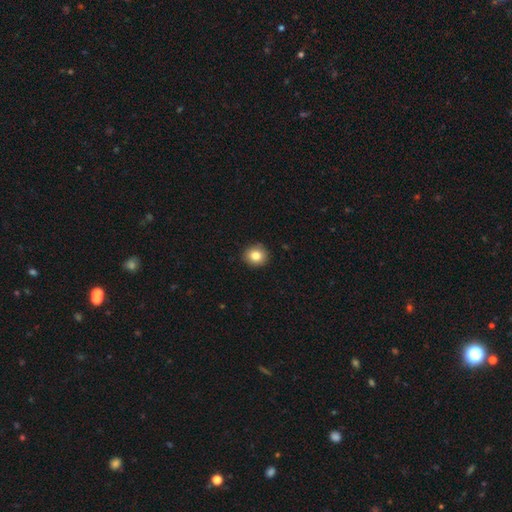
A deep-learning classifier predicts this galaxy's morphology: smooth_or_featured: smooth (p=0.82) [alt: star or artifact p=0.10]
how_rounded: round (p=0.89) [alt: in between p=0.10]
merging: none (p=0.91) [alt: minor disturbance p=0.06]